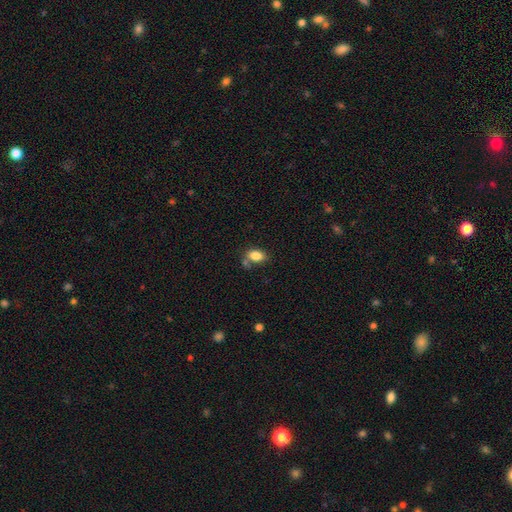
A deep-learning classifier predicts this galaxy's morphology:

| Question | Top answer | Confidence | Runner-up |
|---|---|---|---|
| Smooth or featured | smooth | 84% | star or artifact (9%) |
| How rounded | in between | 88% | round (9%) |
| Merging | none | 57% | merger (19%) |